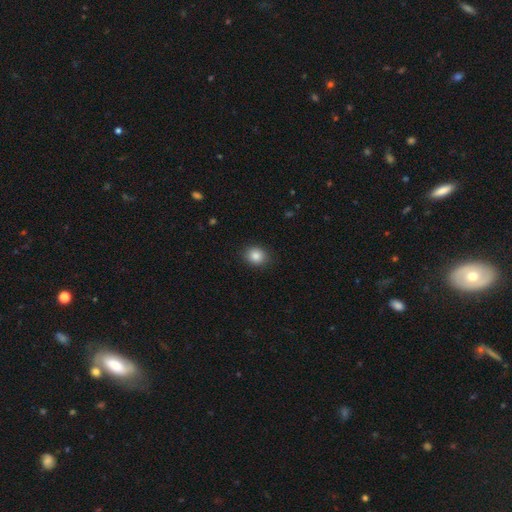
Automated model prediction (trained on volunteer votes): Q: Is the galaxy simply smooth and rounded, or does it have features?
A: smooth — 85%.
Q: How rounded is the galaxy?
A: round — 70%.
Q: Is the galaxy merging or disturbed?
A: none — 87%.